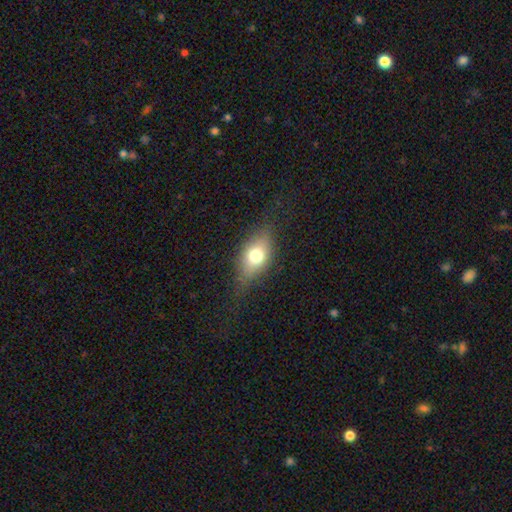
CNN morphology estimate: smooth-or-featured: smooth: 68% | featured or disk: 22% | star or artifact: 10%
  how-rounded: in between: 78% | round: 15% | cigar-shaped: 8%
  merging: none: 75% | minor disturbance: 18% | major disturbance: 6% | merger: 1%